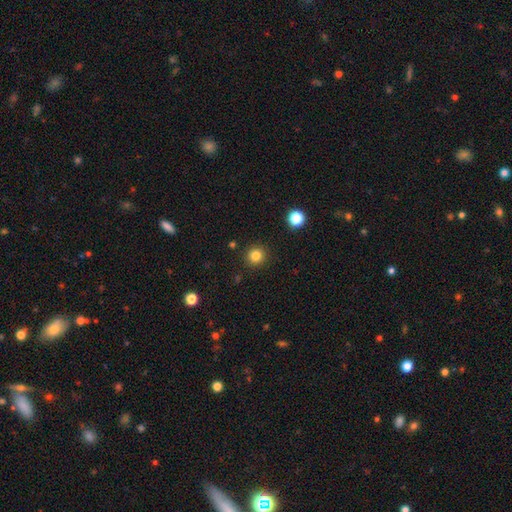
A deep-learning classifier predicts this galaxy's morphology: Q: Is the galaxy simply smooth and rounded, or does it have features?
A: smooth — 83%.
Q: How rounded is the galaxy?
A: round — 94%.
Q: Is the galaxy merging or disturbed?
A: none — 91%.